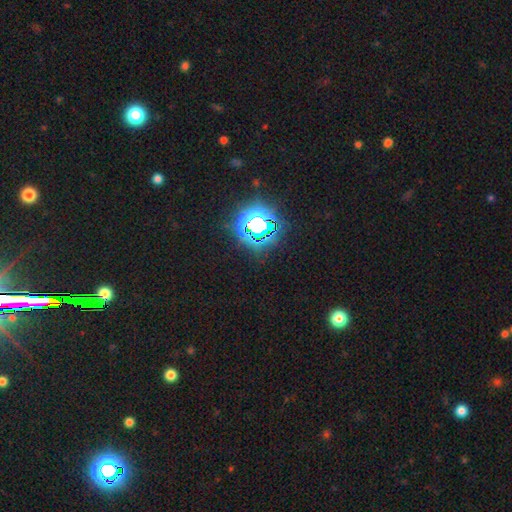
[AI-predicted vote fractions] Overall: star or artifact (83%).